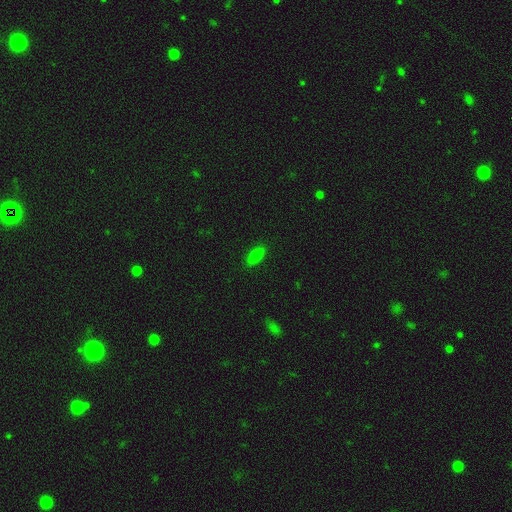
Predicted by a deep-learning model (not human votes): smooth 75%, featured or disk 13%, star or artifact 11%. Down the decision tree: how rounded — in between (72%); merging — none (88%).